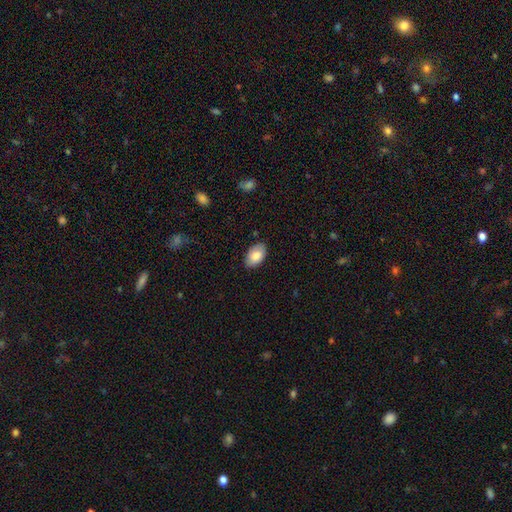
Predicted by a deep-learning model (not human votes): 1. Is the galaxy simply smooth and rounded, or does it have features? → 81% smooth, 13% featured or disk, 6% star or artifact.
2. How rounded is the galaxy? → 94% in between, 5% round, 1% cigar-shaped.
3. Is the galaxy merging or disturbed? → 86% none, 11% minor disturbance, 2% major disturbance, 1% merger.